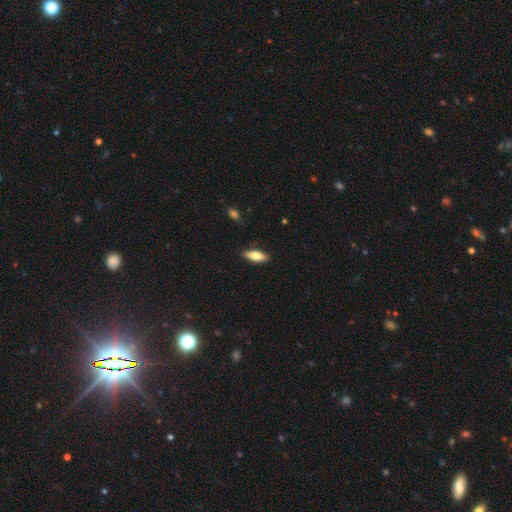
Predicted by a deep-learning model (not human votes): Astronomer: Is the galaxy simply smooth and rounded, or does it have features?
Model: smooth — 69%.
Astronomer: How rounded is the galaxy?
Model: in between — 67%.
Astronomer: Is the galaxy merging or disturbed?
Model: none — 88%.